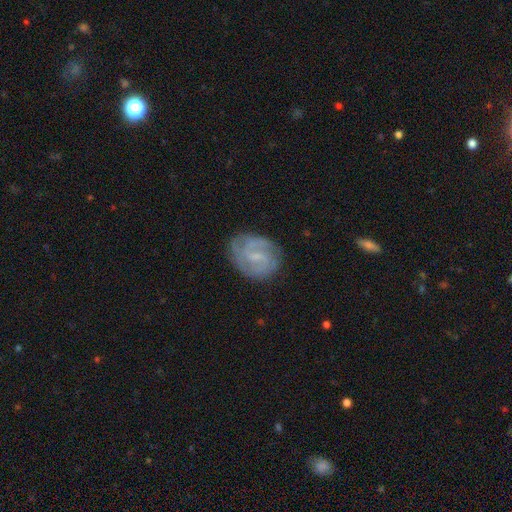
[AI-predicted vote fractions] Smooth or featured: featured or disk — 79% (smooth — 14%)
Edge-on disk: no — 98% (yes — 2%)
Bar: weak — 58% (no — 27%)
Spiral arms: yes — 94% (no — 6%)
Spiral winding: tight — 46% (medium — 42%)
Spiral arm count: 2 — 55% (can't tell — 19%)
Bulge size: small — 55% (none — 25%)
Merging: none — 76% (minor disturbance — 17%)